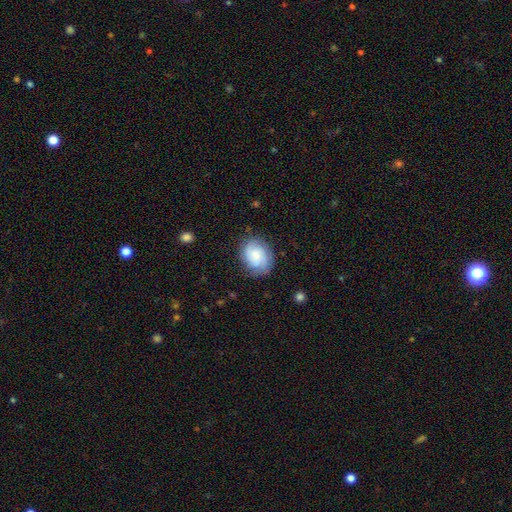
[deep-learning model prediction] A smooth galaxy with no disk features (47%). Merging: none (78%).